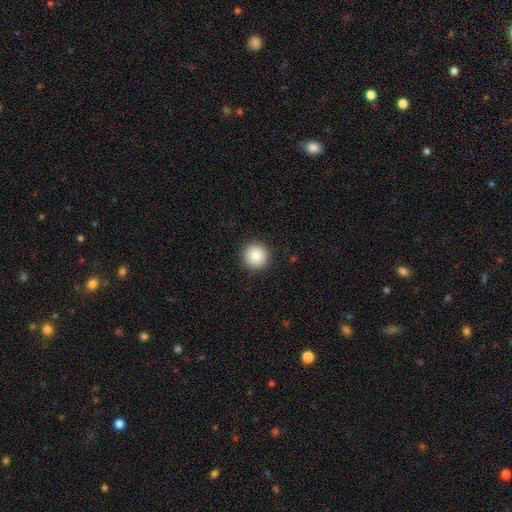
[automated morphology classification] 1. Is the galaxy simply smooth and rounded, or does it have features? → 86% smooth, 9% star or artifact, 5% featured or disk.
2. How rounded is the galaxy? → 96% round, 3% in between, 1% cigar-shaped.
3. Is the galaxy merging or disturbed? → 92% none, 5% minor disturbance, 2% major disturbance, 1% merger.